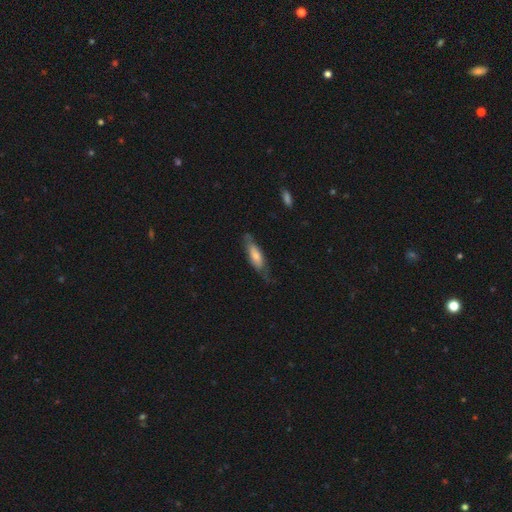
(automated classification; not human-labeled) Q: Smooth or featured?
A: smooth (57%); runner-up: featured or disk (37%)
Q: How rounded?
A: in between (56%); runner-up: cigar-shaped (42%)
Q: Merging?
A: none (57%); runner-up: minor disturbance (28%)